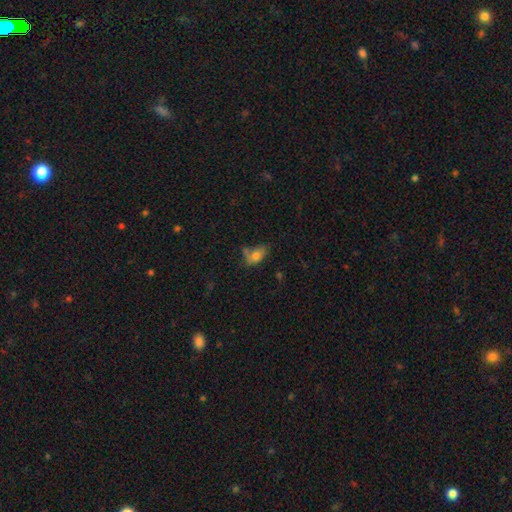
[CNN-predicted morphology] This appears to be a smooth galaxy with no disk features (72%) that is in between round and cigar-shaped (85%). Merging: none (38%).